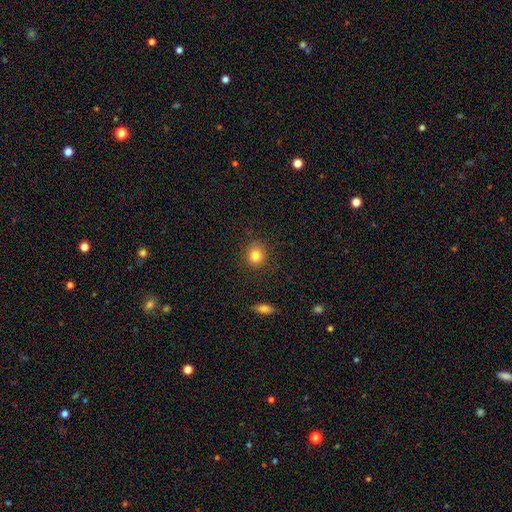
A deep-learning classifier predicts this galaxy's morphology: smooth 83%, star or artifact 11%, featured or disk 7%. Down the decision tree: how rounded — round (84%); merging — none (86%).